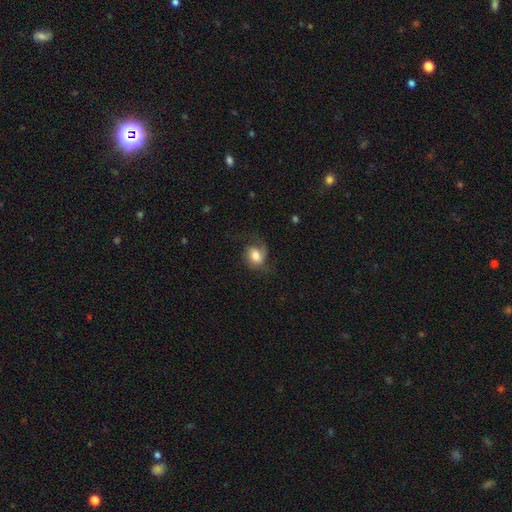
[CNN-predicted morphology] type=smooth (63%); roundness=round (54%); merging=none (48%).